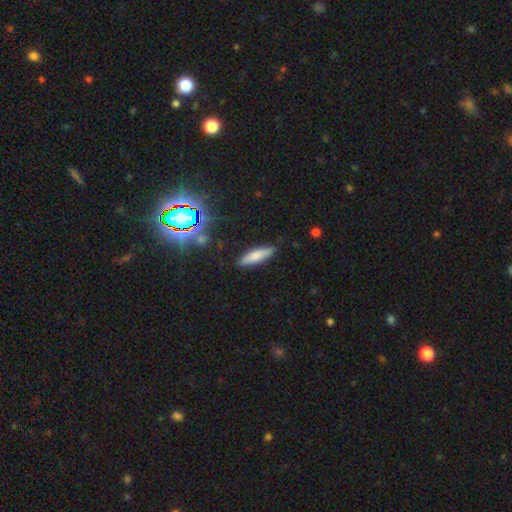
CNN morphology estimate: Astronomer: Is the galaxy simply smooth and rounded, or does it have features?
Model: smooth — 76%.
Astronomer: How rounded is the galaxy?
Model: cigar-shaped — 69%.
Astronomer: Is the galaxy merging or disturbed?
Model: none — 88%.